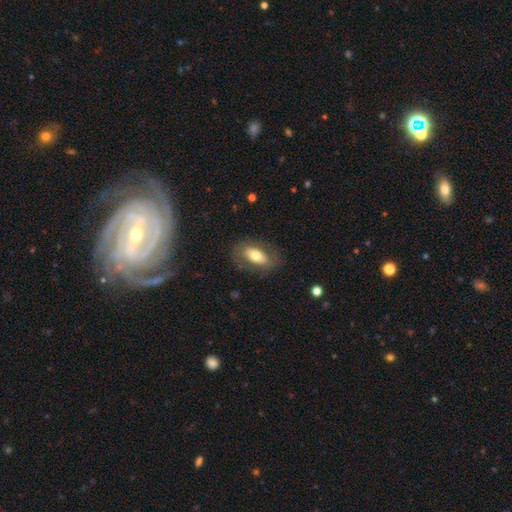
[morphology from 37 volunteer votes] Smooth or featured? 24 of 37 (65%) said smooth. How rounded? 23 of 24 (96%) said in between. Merging? 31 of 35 (89%) said none.